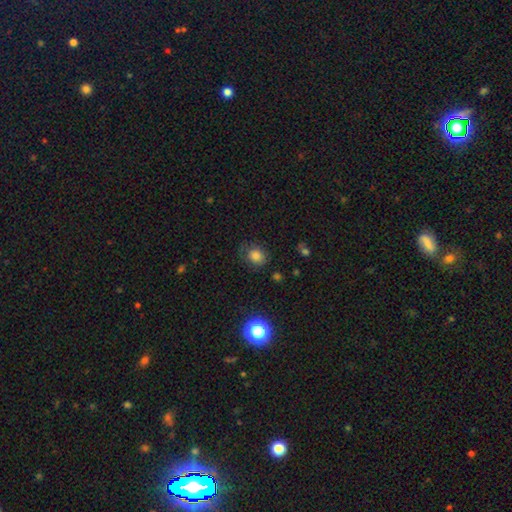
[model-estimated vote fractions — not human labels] smooth_or_featured: smooth (p=0.76) [alt: star or artifact p=0.14]
how_rounded: round (p=0.66) [alt: in between p=0.33]
merging: none (p=0.67) [alt: minor disturbance p=0.21]